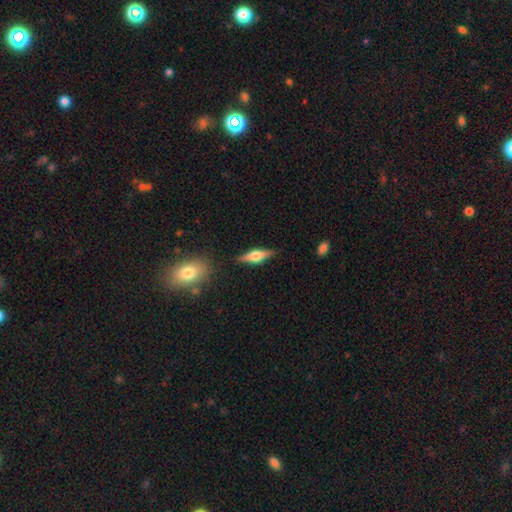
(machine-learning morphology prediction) Smooth or featured?
  - featured or disk: 61% *
  - smooth: 33%
  - star or artifact: 7%
Edge-on disk?
  - yes: 95% *
  - no: 5%
Edge-on bulge?
  - rounded: 89% *
  - boxy: 9%
  - none: 2%
Merging?
  - none: 85% *
  - minor disturbance: 11%
  - major disturbance: 3%
  - merger: 2%